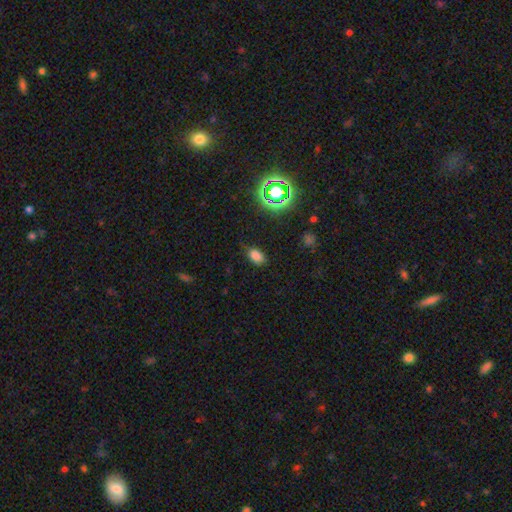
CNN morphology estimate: Smooth or featured?
  - smooth: 74% *
  - star or artifact: 20%
  - featured or disk: 6%
How rounded?
  - in between: 87% *
  - round: 12%
  - cigar-shaped: 2%
Merging?
  - none: 76% *
  - minor disturbance: 18%
  - major disturbance: 5%
  - merger: 1%